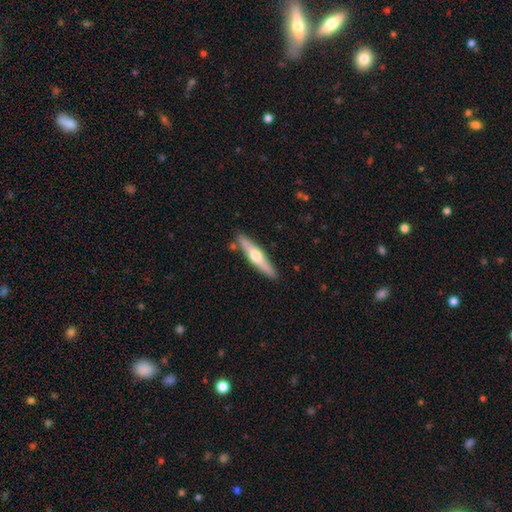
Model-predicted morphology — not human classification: Smooth or featured: featured or disk — 56% (smooth — 39%)
Edge-on disk: yes — 94% (no — 6%)
Edge-on bulge: rounded — 91% (none — 5%)
Merging: none — 85% (minor disturbance — 9%)